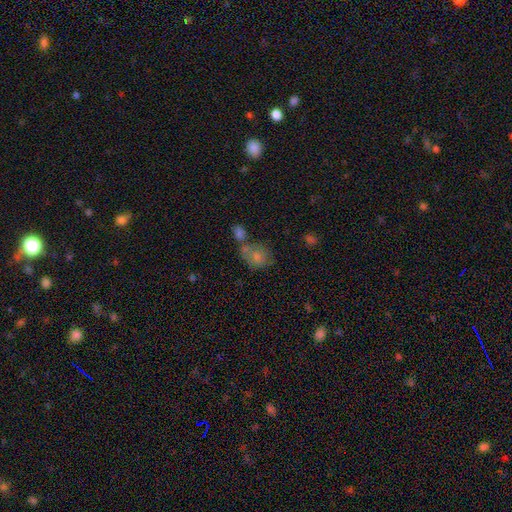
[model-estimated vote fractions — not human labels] Smooth or featured? Predicted: smooth (p=0.69). How rounded? Predicted: in between (p=0.50). Merging? Predicted: merger (p=0.39).